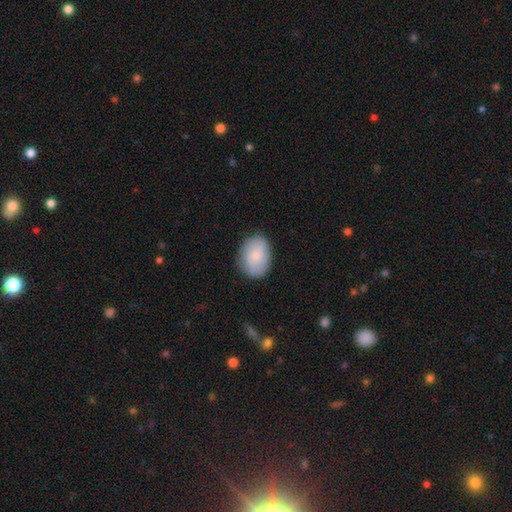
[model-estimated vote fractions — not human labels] Smooth or featured: smooth — 75% (featured or disk — 18%)
How rounded: in between — 69% (round — 30%)
Merging: none — 80% (minor disturbance — 15%)